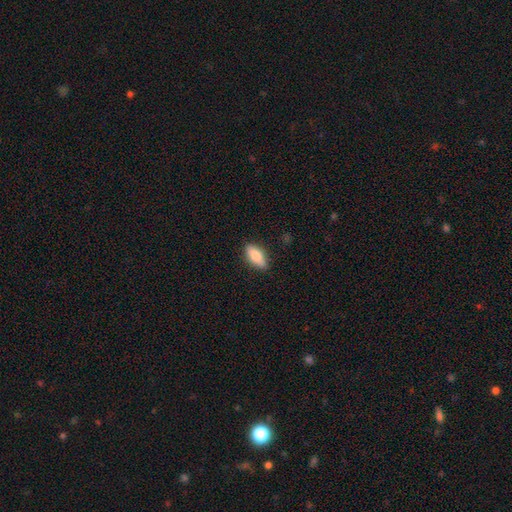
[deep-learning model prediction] A smooth galaxy with no disk features (80%) that is in between round and cigar-shaped (78%). Merging: none (86%).